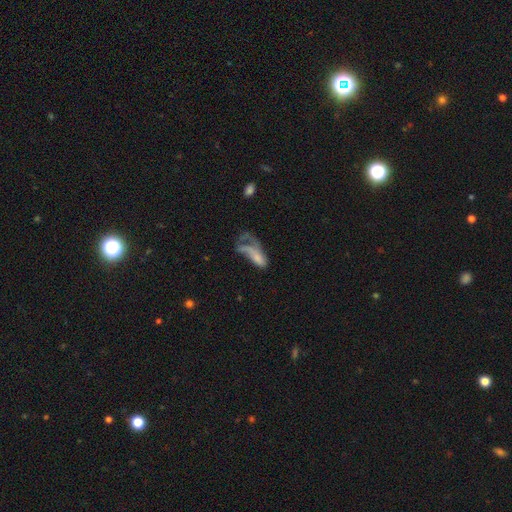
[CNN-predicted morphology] smooth_or_featured: smooth (p=0.51) [alt: featured or disk p=0.38]
how_rounded: in between (p=0.64) [alt: cigar-shaped p=0.32]
merging: major disturbance (p=0.56) [alt: none p=0.17]